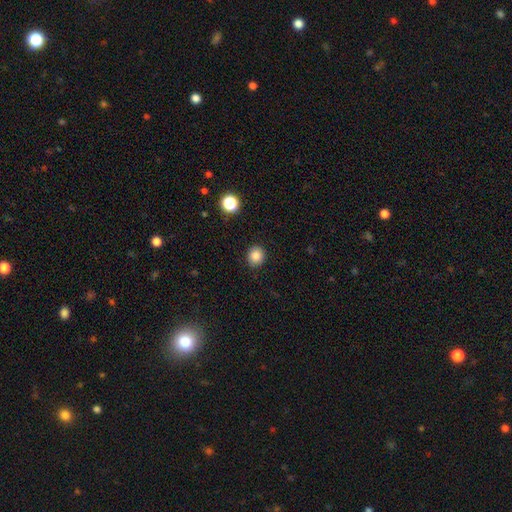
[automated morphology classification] Smooth or featured? smooth (85%)
How rounded? round (78%)
Merging? none (89%)